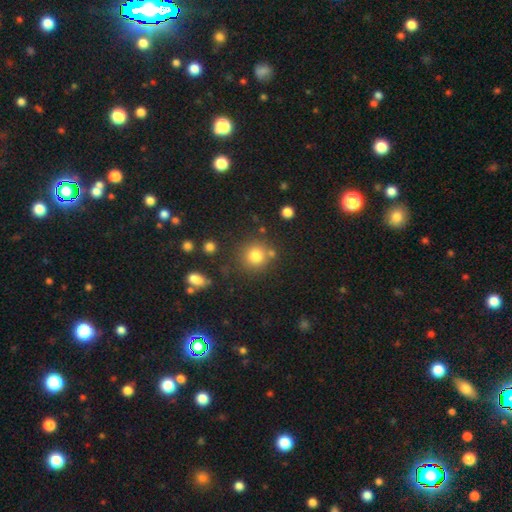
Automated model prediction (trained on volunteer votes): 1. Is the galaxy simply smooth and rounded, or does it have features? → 80% smooth, 13% star or artifact, 8% featured or disk.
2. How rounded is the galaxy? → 91% round, 8% in between, 1% cigar-shaped.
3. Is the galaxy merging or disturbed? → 75% none, 11% merger, 10% minor disturbance, 4% major disturbance.